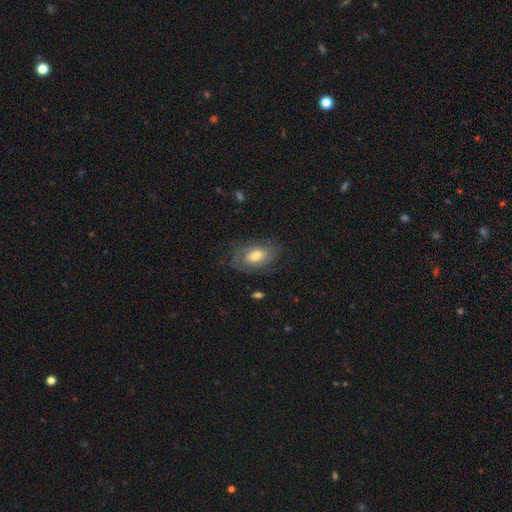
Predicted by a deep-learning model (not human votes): This is likely a featured or disk galaxy (64%). It is clearly not viewed edge-on (95%). Bar: possibly no (58%). Spiral arm pattern: clearly yes (85%). Spiral arm count: marginally can't tell (38%). Spiral winding: possibly tight (56%). Central bulge: likely moderate (61%). Merging: likely none (72%).